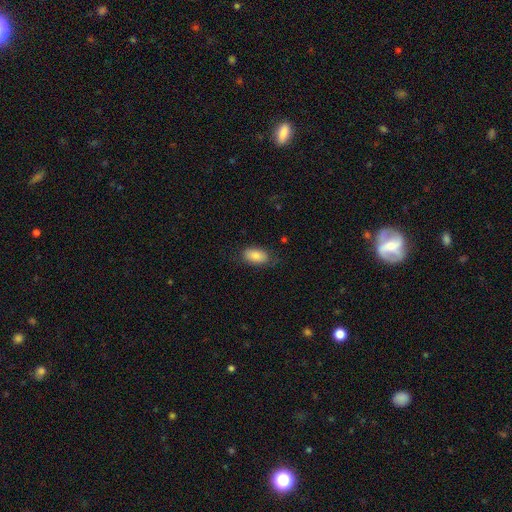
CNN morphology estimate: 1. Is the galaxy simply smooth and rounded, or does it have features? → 85% smooth, 8% featured or disk, 7% star or artifact.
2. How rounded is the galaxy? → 93% in between, 5% round, 3% cigar-shaped.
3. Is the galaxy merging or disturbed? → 75% none, 18% minor disturbance, 5% major disturbance, 1% merger.